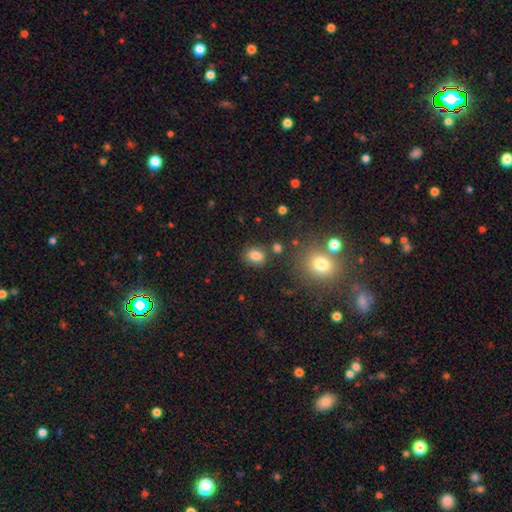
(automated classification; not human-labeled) Q: Smooth or featured?
A: smooth (82%); runner-up: star or artifact (12%)
Q: How rounded?
A: in between (66%); runner-up: round (32%)
Q: Merging?
A: none (76%); runner-up: minor disturbance (13%)